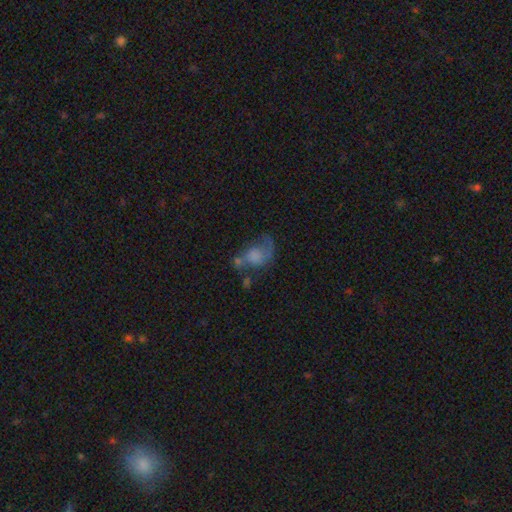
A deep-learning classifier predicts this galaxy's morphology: The model was most divided on "merging": major disturbance: 33%, none: 30%, minor disturbance: 21%, merger: 17%. Remaining: smooth or featured — featured or disk (46%).